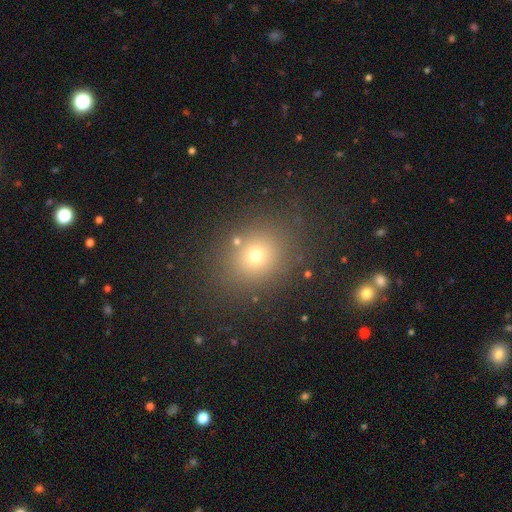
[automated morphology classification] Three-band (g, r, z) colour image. It shows a smooth galaxy with no disk features (69%) that is round (72%). Merging: none (82%).